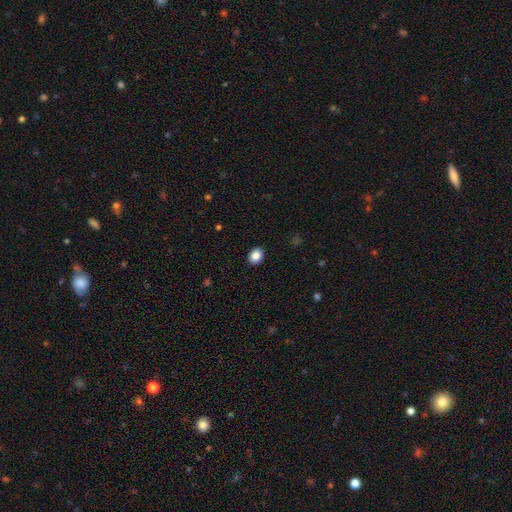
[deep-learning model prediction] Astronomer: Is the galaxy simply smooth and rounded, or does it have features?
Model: smooth — 87%.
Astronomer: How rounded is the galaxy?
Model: in between — 52% (runner-up: round, 48%).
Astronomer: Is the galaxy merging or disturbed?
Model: none — 91%.